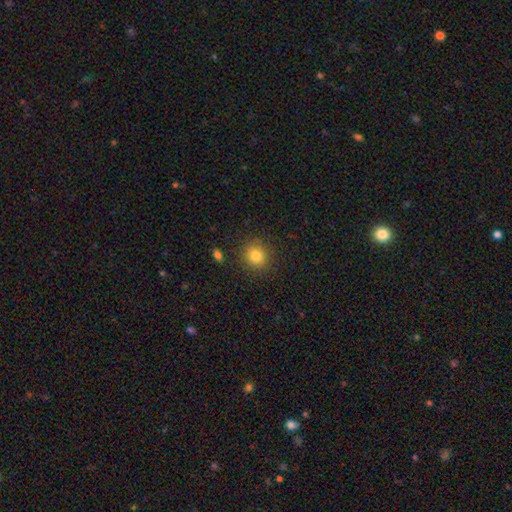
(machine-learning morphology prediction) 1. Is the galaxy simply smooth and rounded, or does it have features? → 82% smooth, 11% star or artifact, 7% featured or disk.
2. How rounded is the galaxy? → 85% round, 14% in between, 1% cigar-shaped.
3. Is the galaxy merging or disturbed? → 87% none, 8% minor disturbance, 3% major disturbance, 2% merger.